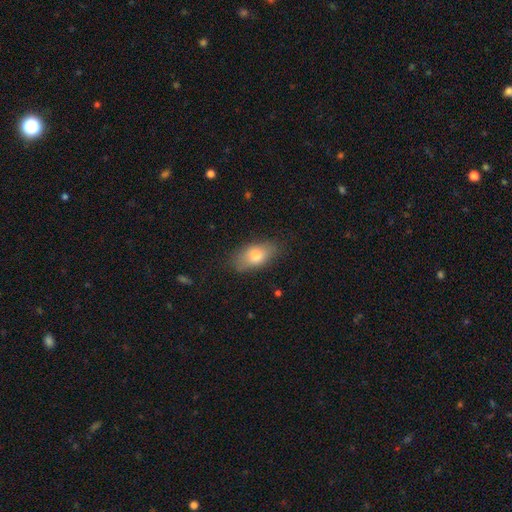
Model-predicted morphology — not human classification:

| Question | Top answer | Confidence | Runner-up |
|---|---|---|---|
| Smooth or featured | smooth | 76% | featured or disk (16%) |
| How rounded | in between | 88% | round (7%) |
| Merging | none | 79% | minor disturbance (16%) |